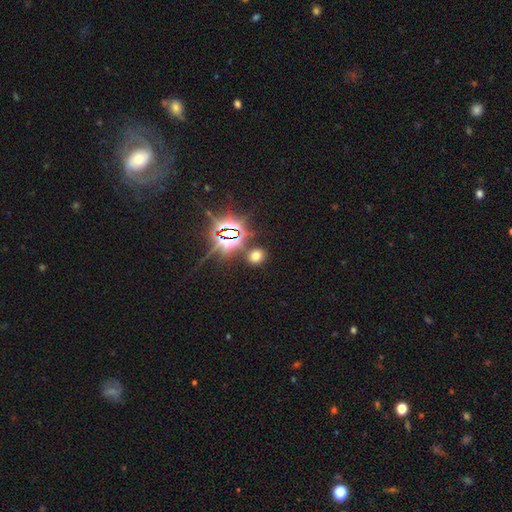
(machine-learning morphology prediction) smooth 58%, star or artifact 34%, featured or disk 8%. Down the decision tree: how rounded — round (69%); merging — none (84%).